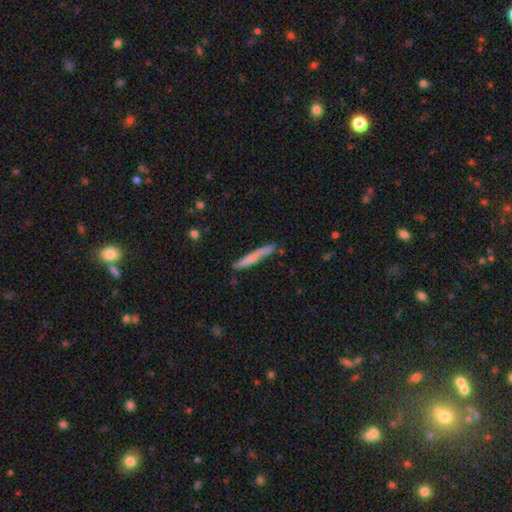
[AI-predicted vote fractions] Q: Smooth or featured?
A: smooth (66%); runner-up: featured or disk (28%)
Q: How rounded?
A: cigar-shaped (96%); runner-up: in between (3%)
Q: Merging?
A: none (77%); runner-up: minor disturbance (17%)